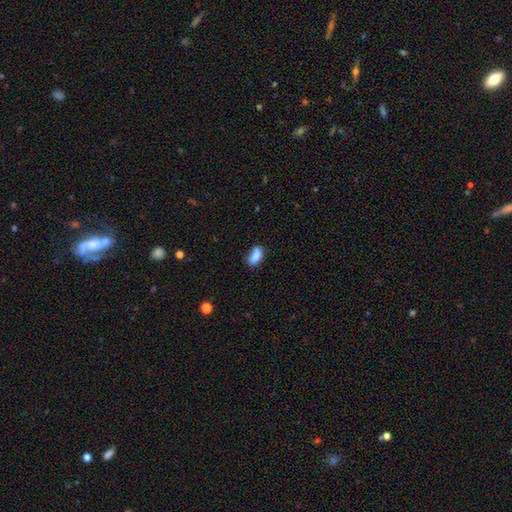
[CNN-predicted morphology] smooth_or_featured: smooth (p=0.81) [alt: star or artifact p=0.10]
how_rounded: in between (p=0.88) [alt: round p=0.07]
merging: none (p=0.45) [alt: minor disturbance p=0.28]